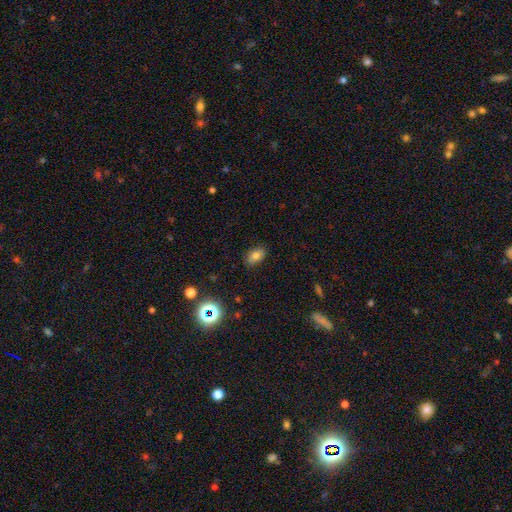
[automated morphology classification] Smooth or featured? Predicted: smooth (p=0.75). How rounded? Predicted: in between (p=0.86). Merging? Predicted: none (p=0.85).